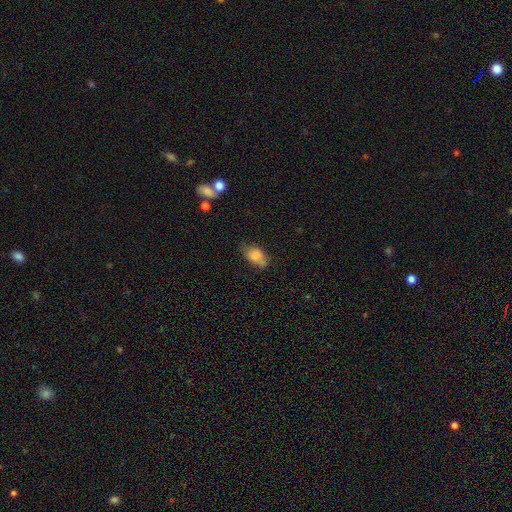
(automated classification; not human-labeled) A smooth galaxy with no disk features (76%) that is in between round and cigar-shaped (81%). Merging: none (46%).